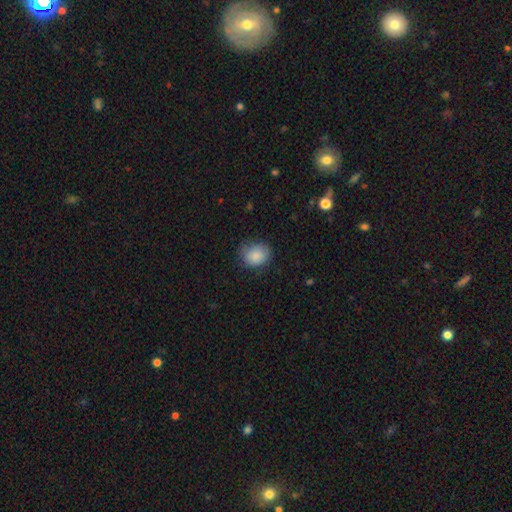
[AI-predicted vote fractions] Smooth or featured?
  - smooth: 87% *
  - star or artifact: 7%
  - featured or disk: 6%
How rounded?
  - round: 60% *
  - in between: 39%
  - cigar-shaped: 1%
Merging?
  - none: 74% *
  - minor disturbance: 21%
  - major disturbance: 5%
  - merger: 1%